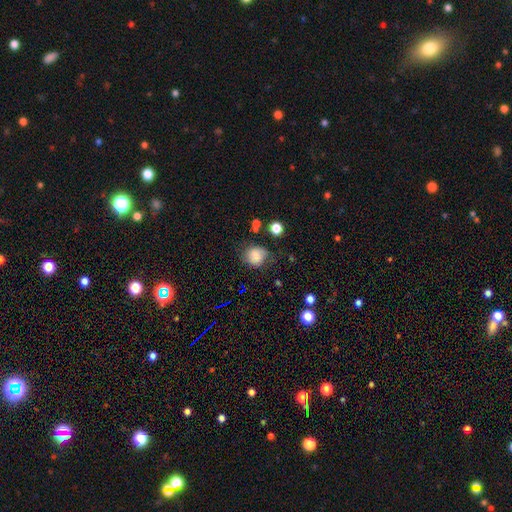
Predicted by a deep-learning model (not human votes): smooth-or-featured: smooth: 79% | featured or disk: 11% | star or artifact: 11%
  how-rounded: round: 76% | in between: 24% | cigar-shaped: 1%
  merging: none: 66% | minor disturbance: 22% | major disturbance: 8% | merger: 3%